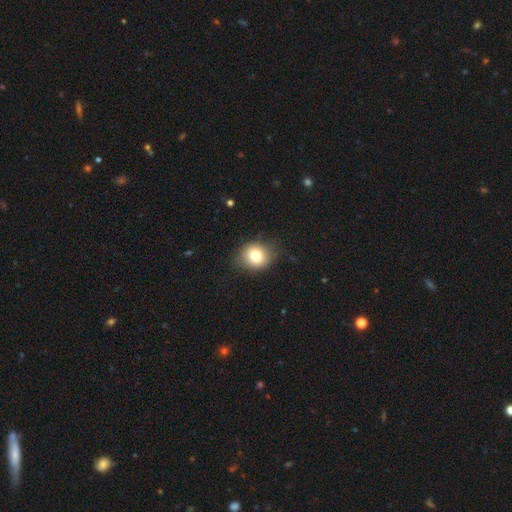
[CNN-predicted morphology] smooth_or_featured: smooth (p=0.78) [alt: featured or disk p=0.12]
how_rounded: round (p=0.73) [alt: in between p=0.26]
merging: none (p=0.79) [alt: minor disturbance p=0.16]